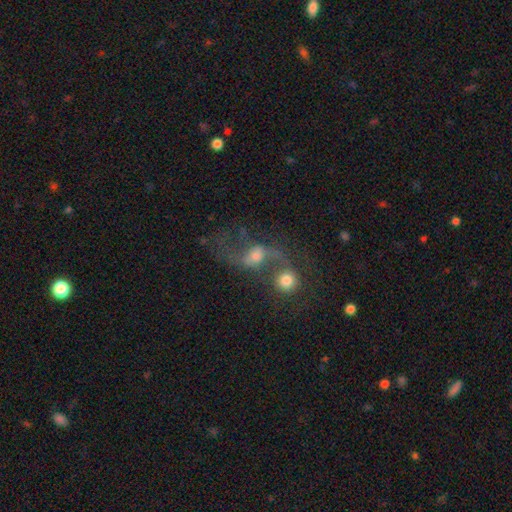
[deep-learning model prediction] smooth_or_featured: featured or disk (p=0.63) [alt: smooth p=0.24]
disk_edge_on: no (p=0.96) [alt: yes p=0.04]
bar: no (p=0.52) [alt: weak p=0.36]
has_spiral_arms: yes (p=0.83) [alt: no p=0.17]
spiral_winding: loose (p=0.80) [alt: medium p=0.16]
spiral_arm_count: 2 (p=0.83) [alt: 1 p=0.09]
bulge_size: moderate (p=0.51) [alt: small p=0.29]
merging: merger (p=0.50) [alt: none p=0.24]